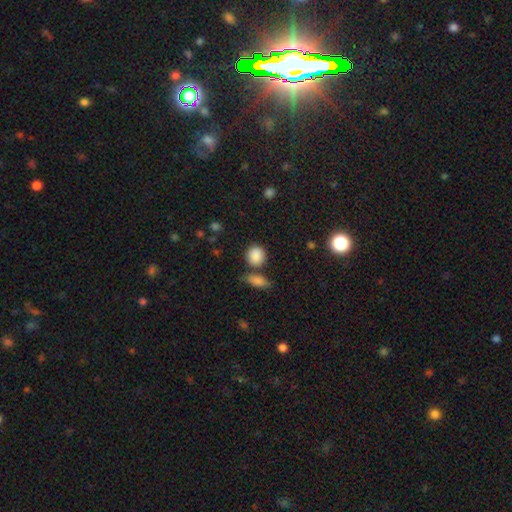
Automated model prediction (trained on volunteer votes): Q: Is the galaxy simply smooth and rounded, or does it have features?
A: smooth — 87%.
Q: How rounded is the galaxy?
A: round — 74%.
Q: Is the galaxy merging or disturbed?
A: none — 69%.